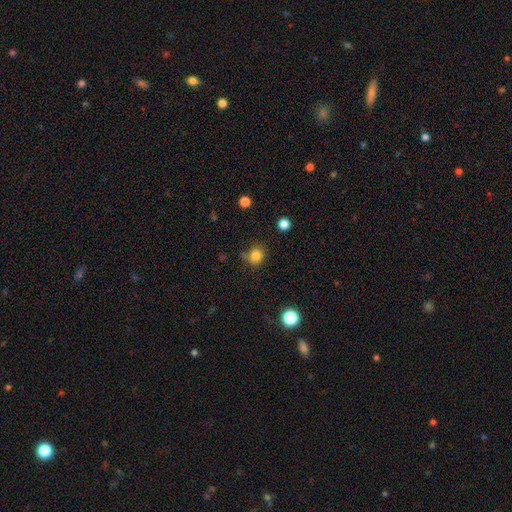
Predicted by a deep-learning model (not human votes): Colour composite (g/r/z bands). It shows a smooth galaxy with no disk features (81%) that is round (80%). Merging: none (71%).